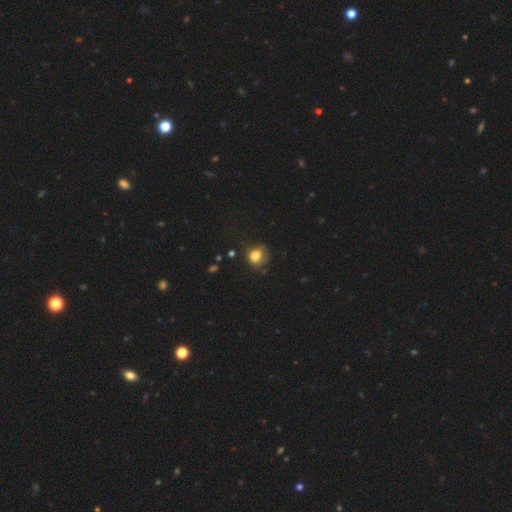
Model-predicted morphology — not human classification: Smooth or featured?
  - smooth: 77% *
  - featured or disk: 13%
  - star or artifact: 11%
How rounded?
  - round: 73% *
  - in between: 27%
  - cigar-shaped: 1%
Merging?
  - none: 54% *
  - minor disturbance: 29%
  - major disturbance: 15%
  - merger: 3%